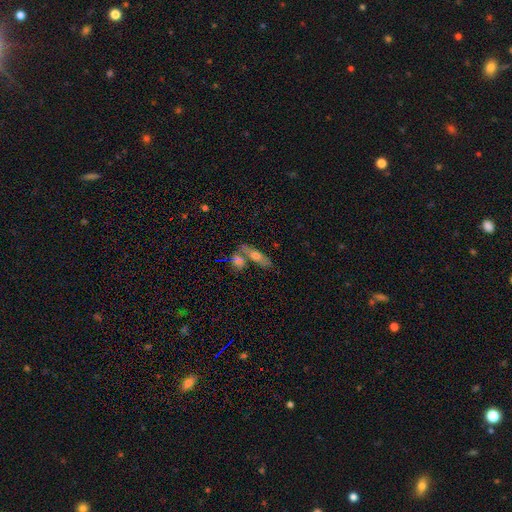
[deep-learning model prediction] Smooth or featured: smooth — 47% (featured or disk — 43%)
Merging: none — 54% (merger — 30%)